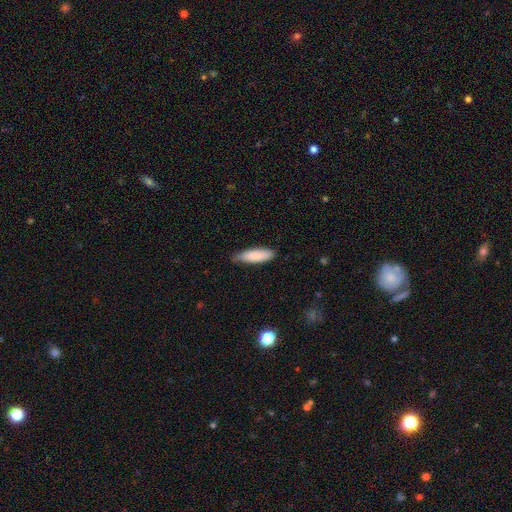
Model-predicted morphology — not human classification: A smooth galaxy with no disk features (84%) that is cigar-shaped (52%). Merging: none (70%).